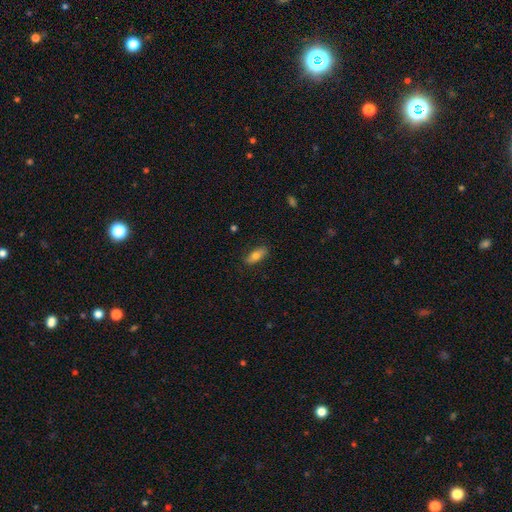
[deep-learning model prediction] smooth-or-featured: smooth: 74% | featured or disk: 19% | star or artifact: 7%
  how-rounded: in between: 77% | cigar-shaped: 20% | round: 3%
  merging: none: 83% | minor disturbance: 13% | major disturbance: 2% | merger: 1%